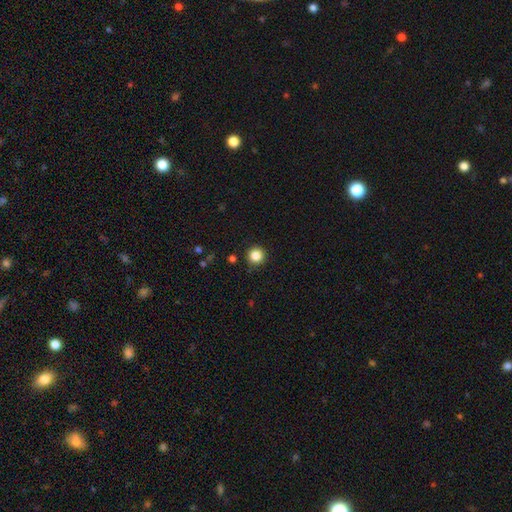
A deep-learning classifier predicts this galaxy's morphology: The model was most divided on "smooth or featured": smooth: 85%, star or artifact: 11%, featured or disk: 4%. More confident: how rounded — round (96%); merging — none (92%).